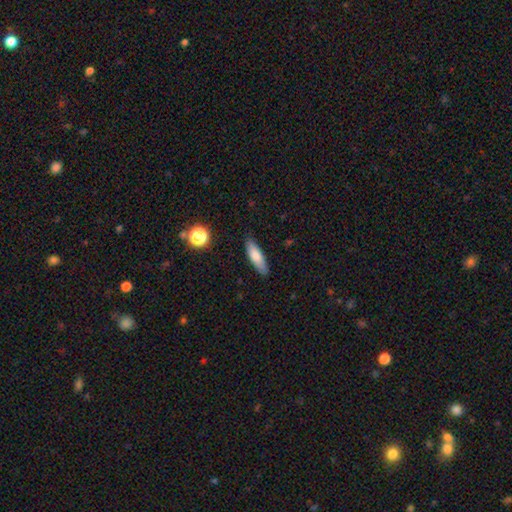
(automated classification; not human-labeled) Smooth or featured? smooth (79%)
How rounded? cigar-shaped (56%)
Merging? none (87%)